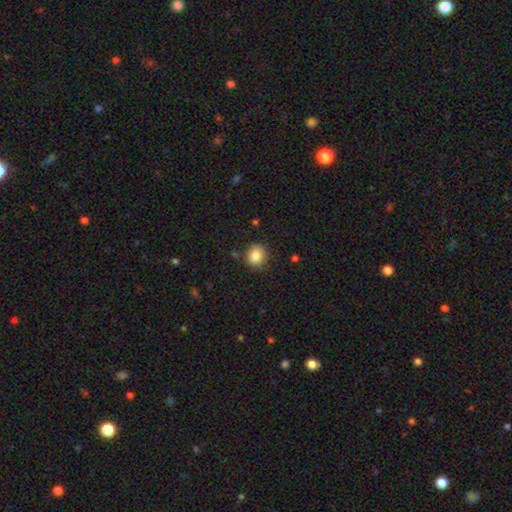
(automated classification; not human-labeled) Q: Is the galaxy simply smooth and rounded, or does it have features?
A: smooth — 85%.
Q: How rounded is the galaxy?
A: round — 75%.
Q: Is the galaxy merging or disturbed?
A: none — 81%.